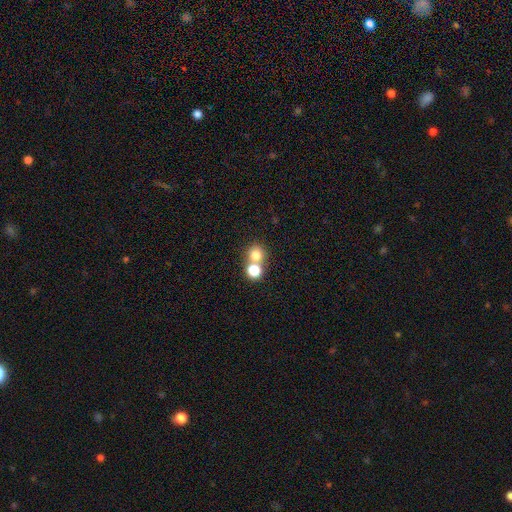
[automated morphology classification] A smooth galaxy with no disk features (77%) that is round (86%).

Vote fractions:
- Smooth or featured? smooth: 77% / star or artifact: 14% / featured or disk: 9%
- How rounded? round: 86% / in between: 13% / cigar-shaped: 1%
- Merging? none: 48% / merger: 45% / minor disturbance: 5% / major disturbance: 3%